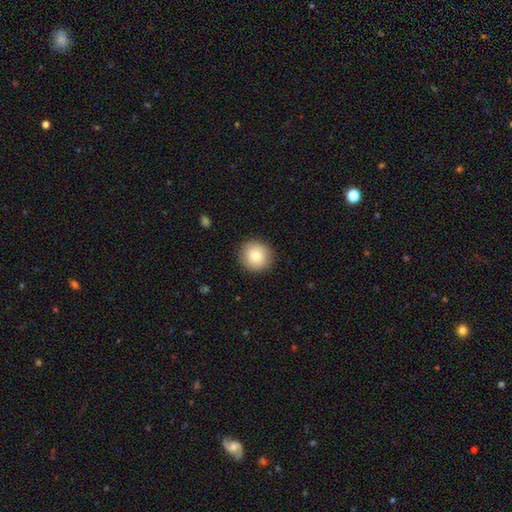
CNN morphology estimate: smooth_or_featured: smooth (p=0.82) [alt: featured or disk p=0.10]
how_rounded: round (p=0.91) [alt: in between p=0.08]
merging: none (p=0.90) [alt: minor disturbance p=0.07]